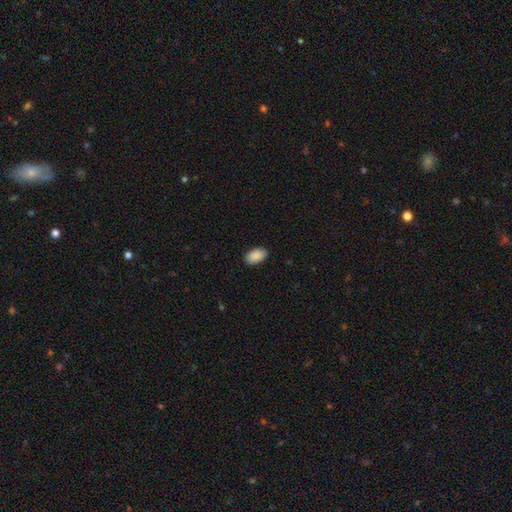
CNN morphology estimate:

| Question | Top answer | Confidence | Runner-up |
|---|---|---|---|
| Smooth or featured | smooth | 90% | star or artifact (7%) |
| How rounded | in between | 94% | round (5%) |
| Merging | none | 89% | minor disturbance (8%) |